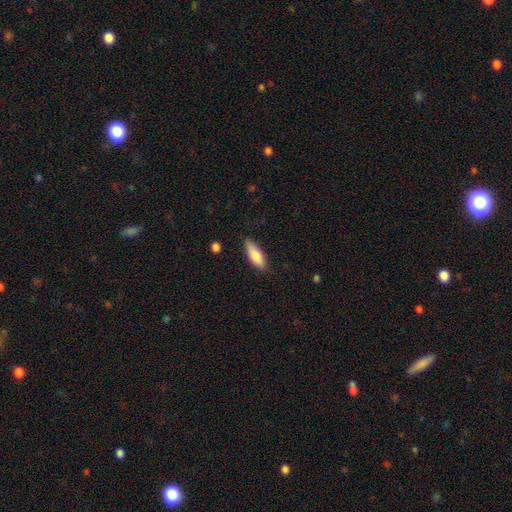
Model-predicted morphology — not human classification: A smooth galaxy with no disk features (81%) that is in between round and cigar-shaped (63%).

Vote fractions:
- Smooth or featured? smooth: 81% / featured or disk: 13% / star or artifact: 6%
- How rounded? in between: 63% / cigar-shaped: 35% / round: 2%
- Merging? none: 81% / minor disturbance: 15% / major disturbance: 3% / merger: 1%